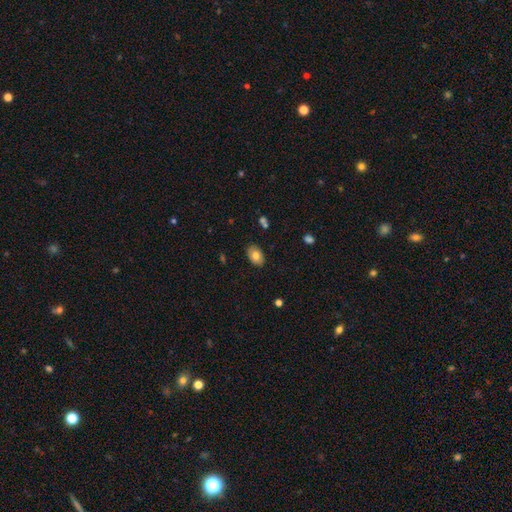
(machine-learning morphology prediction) Smooth or featured?
  - smooth: 78% *
  - featured or disk: 14%
  - star or artifact: 8%
How rounded?
  - in between: 89% *
  - round: 10%
  - cigar-shaped: 1%
Merging?
  - none: 86% *
  - minor disturbance: 11%
  - major disturbance: 2%
  - merger: 1%